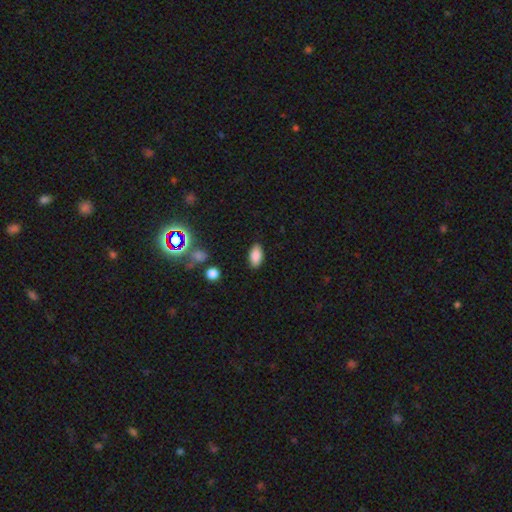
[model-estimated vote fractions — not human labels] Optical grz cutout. It shows a smooth galaxy with no disk features (86%) that is in between round and cigar-shaped (92%). Merging: none (86%).